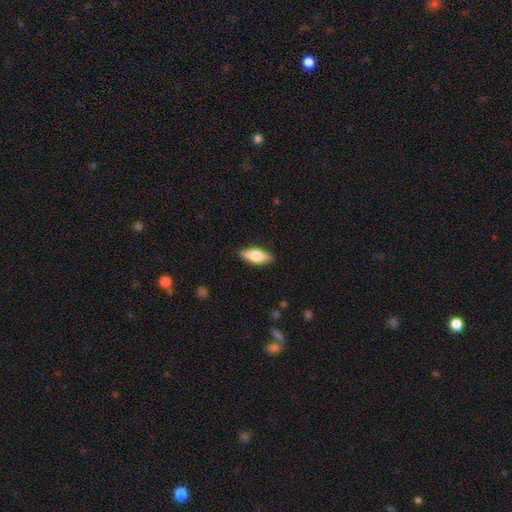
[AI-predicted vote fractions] Smooth or featured: smooth — 64% (featured or disk — 30%)
How rounded: in between — 68% (cigar-shaped — 29%)
Merging: none — 88% (minor disturbance — 9%)